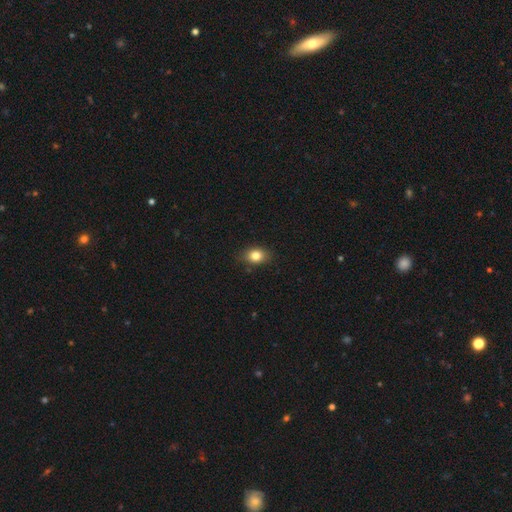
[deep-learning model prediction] Overall: smooth (82%). How rounded: in between (66%; round 33%). Merging: none (82%).